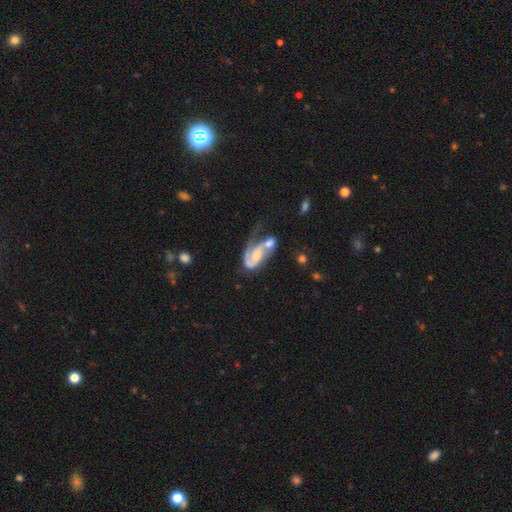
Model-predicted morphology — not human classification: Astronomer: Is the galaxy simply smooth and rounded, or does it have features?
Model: featured or disk — 70%.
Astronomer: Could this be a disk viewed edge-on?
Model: no — 96%.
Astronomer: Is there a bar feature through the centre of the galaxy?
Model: no — 57% (runner-up: weak, 32%).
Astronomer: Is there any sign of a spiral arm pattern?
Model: yes — 83%.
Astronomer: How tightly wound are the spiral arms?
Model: loose — 42% (runner-up: medium, 37%).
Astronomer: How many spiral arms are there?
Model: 2 — 54% (runner-up: 1, 33%).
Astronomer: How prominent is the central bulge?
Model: moderate — 44% (runner-up: small, 39%).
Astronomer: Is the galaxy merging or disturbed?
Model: merger — 51%.